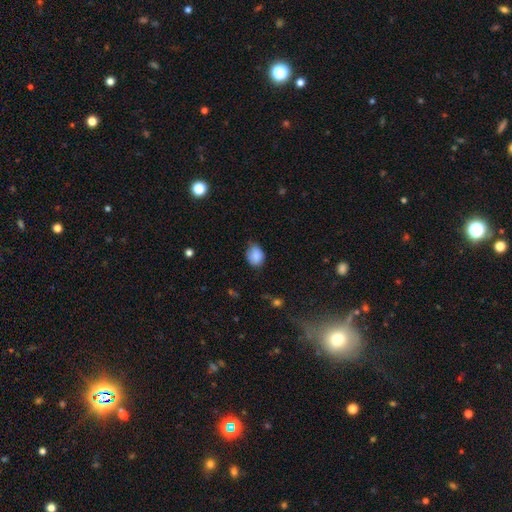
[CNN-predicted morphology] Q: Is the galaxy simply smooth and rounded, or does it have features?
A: smooth — 86%.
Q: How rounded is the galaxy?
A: in between — 64%.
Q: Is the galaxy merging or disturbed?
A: none — 59%.